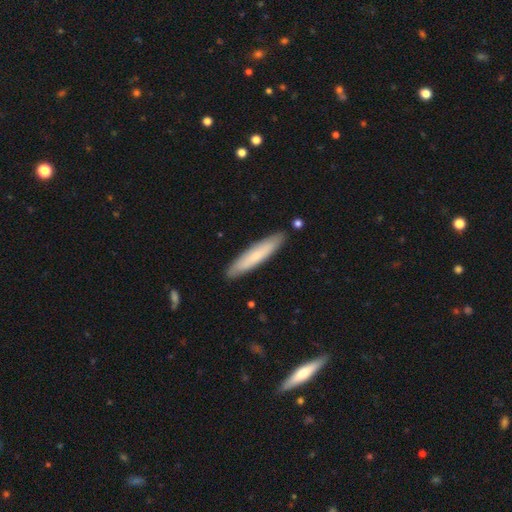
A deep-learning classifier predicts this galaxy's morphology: Q: Smooth or featured?
A: smooth (69%); runner-up: featured or disk (26%)
Q: How rounded?
A: cigar-shaped (89%); runner-up: in between (10%)
Q: Merging?
A: none (89%); runner-up: minor disturbance (8%)